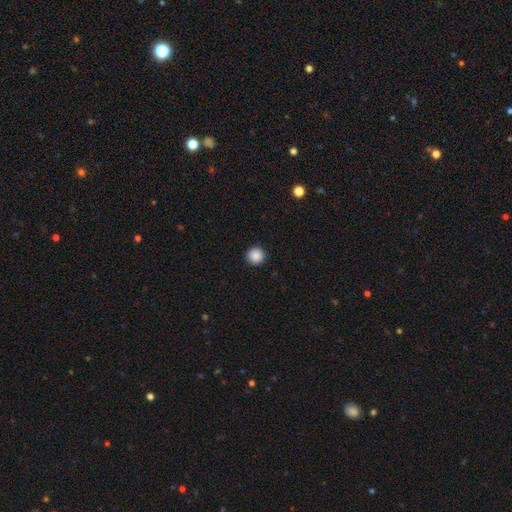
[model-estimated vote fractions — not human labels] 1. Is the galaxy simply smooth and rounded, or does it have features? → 88% smooth, 10% star or artifact, 2% featured or disk.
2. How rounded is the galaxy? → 96% round, 3% in between, 1% cigar-shaped.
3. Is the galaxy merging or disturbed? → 93% none, 5% minor disturbance, 2% major disturbance, 1% merger.